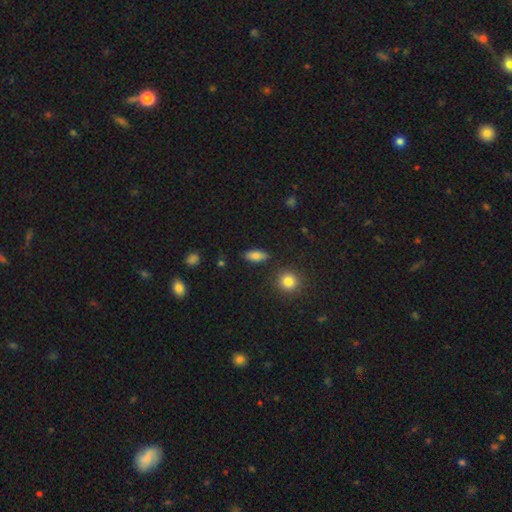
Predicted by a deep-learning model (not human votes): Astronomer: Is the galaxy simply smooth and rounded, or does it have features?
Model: smooth — 81%.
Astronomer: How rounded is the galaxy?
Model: in between — 81%.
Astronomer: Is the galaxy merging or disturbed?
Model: none — 85%.